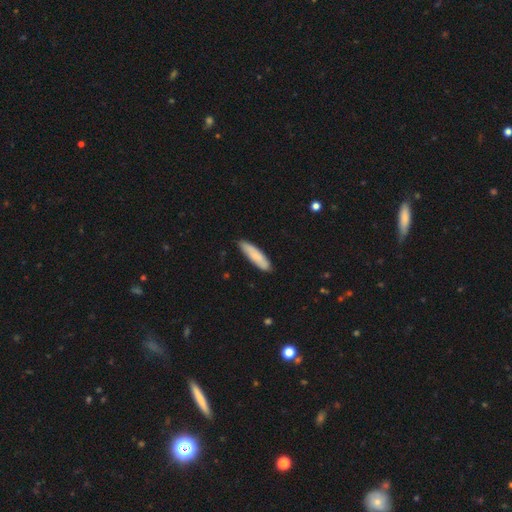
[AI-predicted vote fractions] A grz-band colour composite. It shows a smooth galaxy with no disk features (81%) that is cigar-shaped (73%). Merging: none (84%).